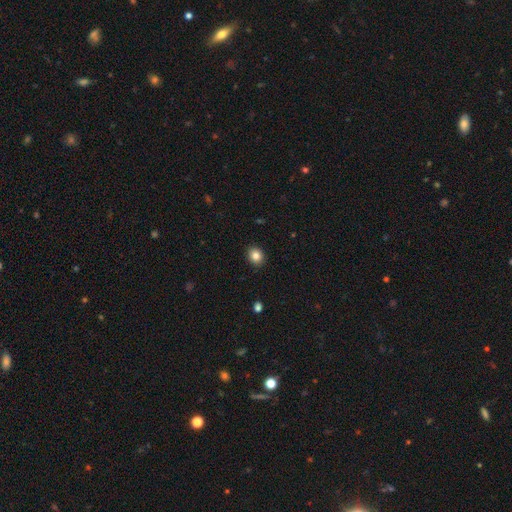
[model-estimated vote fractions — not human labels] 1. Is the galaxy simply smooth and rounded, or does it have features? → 84% smooth, 10% star or artifact, 6% featured or disk.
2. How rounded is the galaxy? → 68% round, 31% in between, 1% cigar-shaped.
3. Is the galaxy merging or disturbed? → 91% none, 6% minor disturbance, 2% major disturbance, 1% merger.